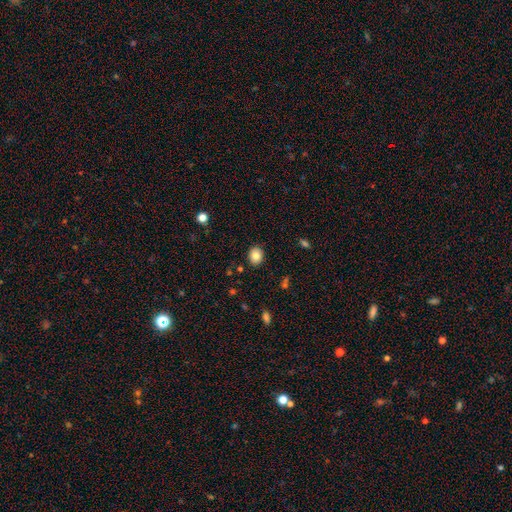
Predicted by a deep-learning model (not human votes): This is clearly a smooth galaxy (83%). How rounded: possibly round (58%). Merging: clearly none (89%).